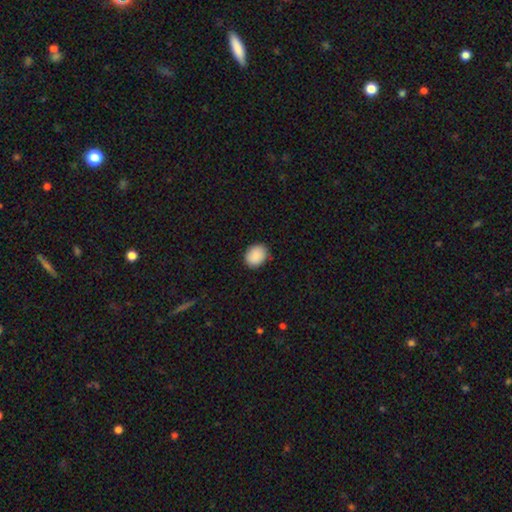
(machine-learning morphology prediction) Smooth or featured? Predicted: smooth (p=0.90). How rounded? Predicted: round (p=0.51). Merging? Predicted: none (p=0.85).